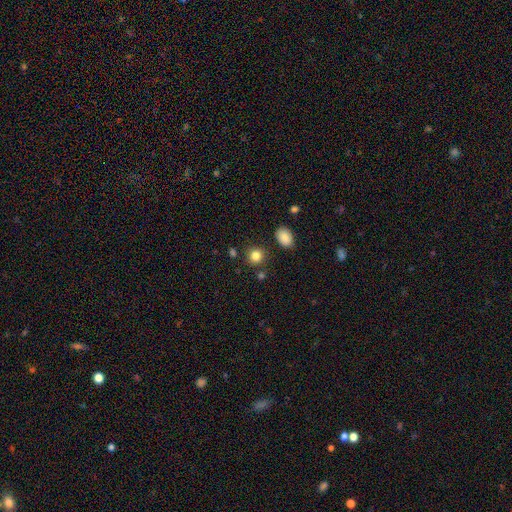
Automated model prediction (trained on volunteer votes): The model was most divided on "how rounded": round: 85%, in between: 14%, cigar-shaped: 1%. More confident: merging — none (85%); smooth or featured — smooth (84%).